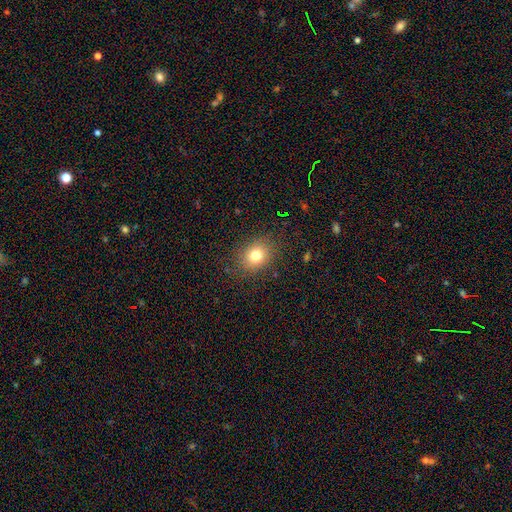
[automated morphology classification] This appears to be a smooth galaxy with no disk features (77%) that is round (51%). Merging: none (85%).